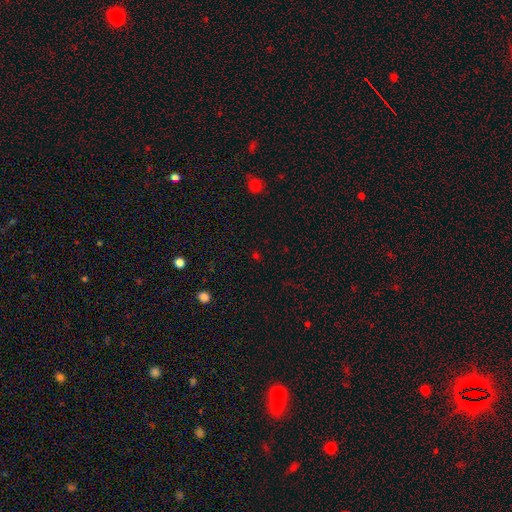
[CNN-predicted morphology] Smooth or featured: star or artifact — 53% (smooth — 41%)